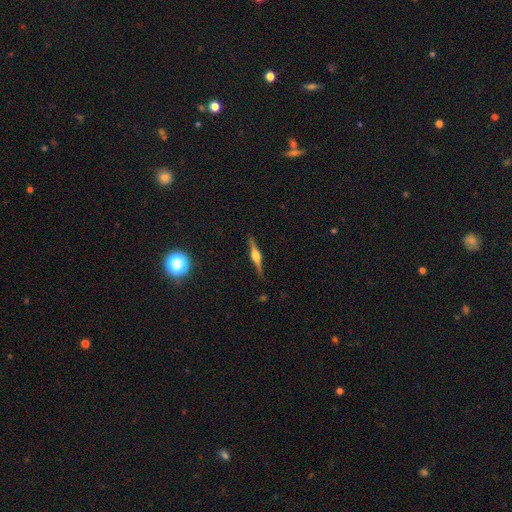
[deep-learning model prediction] smooth-or-featured: featured or disk: 78% | smooth: 16% | star or artifact: 7%
  disk-edge-on: yes: 98% | no: 2%
    edge-on-bulge: rounded: 89% | boxy: 9% | none: 2%
  merging: none: 89% | minor disturbance: 8% | major disturbance: 2% | merger: 1%